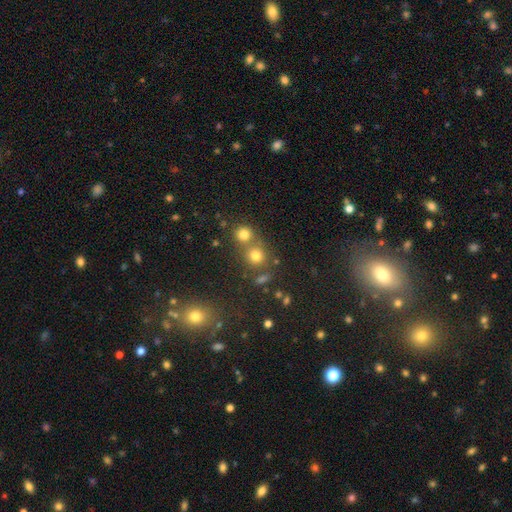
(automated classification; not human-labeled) smooth 74%, star or artifact 17%, featured or disk 9%. Down the decision tree: how rounded — round (86%); merging — none (58%).